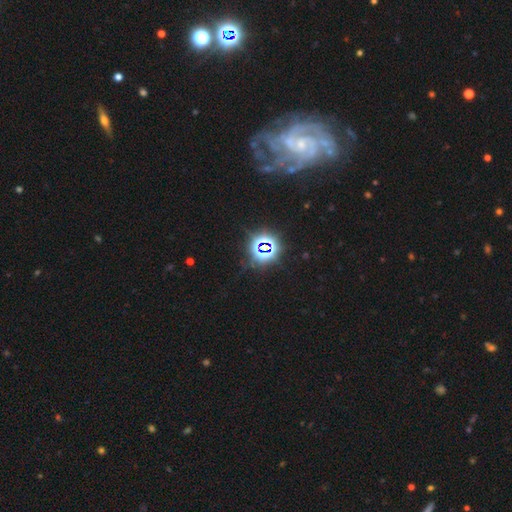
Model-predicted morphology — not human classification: A featured or disk galaxy (60%) with no bar (46%), tight (58%) spiral arms (91%) and a small central bulge (70%).

Vote fractions:
- Smooth or featured? featured or disk: 60% / star or artifact: 26% / smooth: 15%
- Edge-on disk? no: 93% / yes: 7%
- Bar? no: 46% / weak: 36% / strong: 18%
- Spiral arms? yes: 91% / no: 9%
- Spiral winding? tight: 58% / medium: 32% / loose: 10%
- Spiral arm count? can't tell: 28% / 3: 19% / 2: 16% / 4: 16% / more than 4: 12% / 1: 10%
- Bulge size? small: 70% / moderate: 19% / none: 5% / large: 3% / dominant: 2%
- Merging? none: 73% / minor disturbance: 14% / major disturbance: 9% / merger: 4%